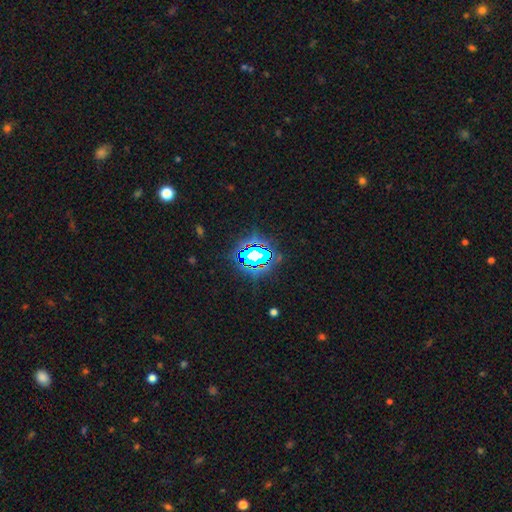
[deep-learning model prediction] Overall: star or artifact (72%).